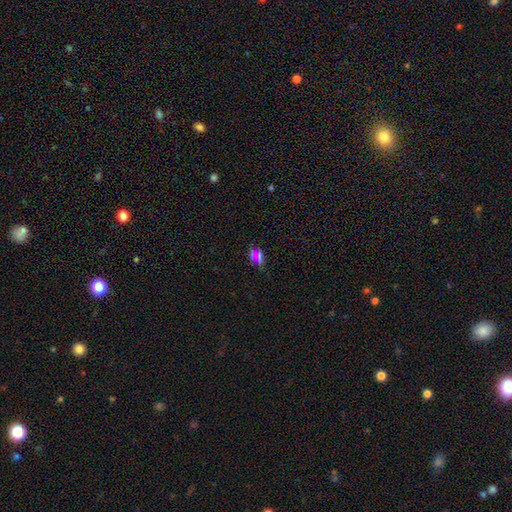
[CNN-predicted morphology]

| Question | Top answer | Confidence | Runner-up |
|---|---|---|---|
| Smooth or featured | smooth | 49% | star or artifact (38%) |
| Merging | none | 68% | minor disturbance (14%) |